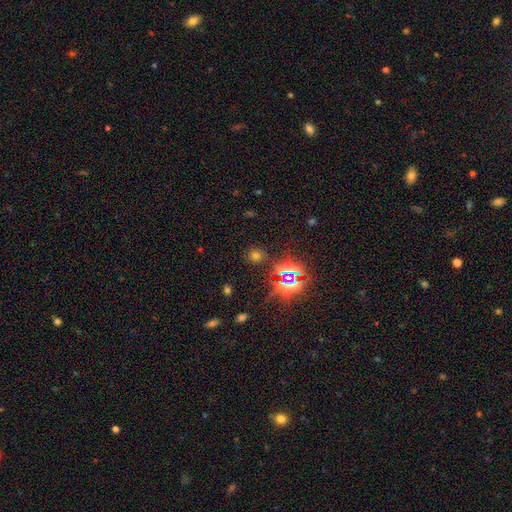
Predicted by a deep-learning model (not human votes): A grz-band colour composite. It shows a smooth galaxy with no disk features (50%). Merging: none (83%).